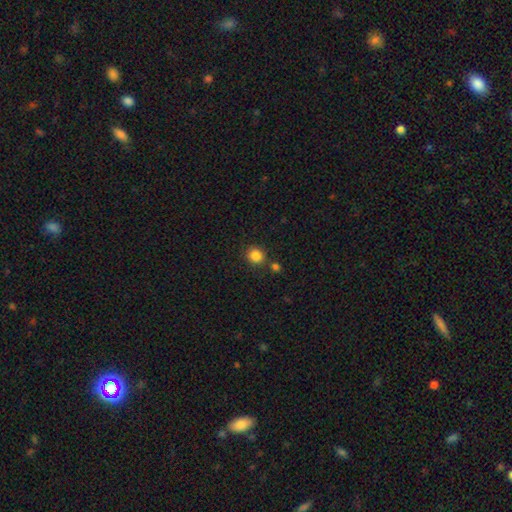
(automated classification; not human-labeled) This is clearly a smooth galaxy (85%). How rounded: clearly round (87%). Merging: likely none (78%).